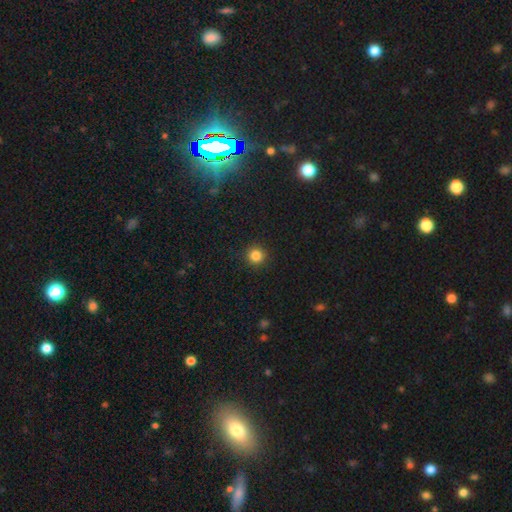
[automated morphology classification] smooth_or_featured: smooth (p=0.84) [alt: star or artifact p=0.12]
how_rounded: round (p=0.94) [alt: in between p=0.05]
merging: none (p=0.92) [alt: minor disturbance p=0.05]